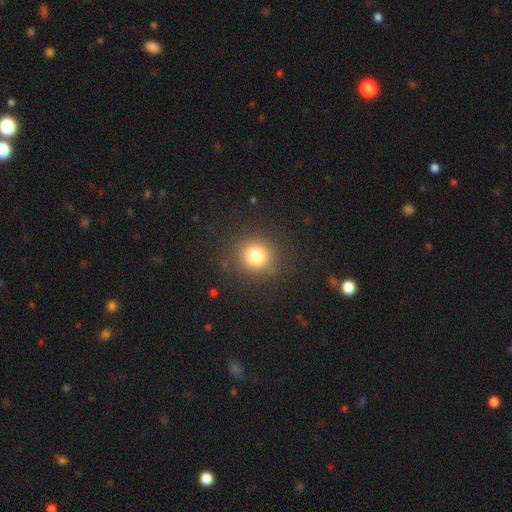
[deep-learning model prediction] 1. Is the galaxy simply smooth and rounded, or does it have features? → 78% smooth, 14% star or artifact, 8% featured or disk.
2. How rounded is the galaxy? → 90% round, 9% in between, 1% cigar-shaped.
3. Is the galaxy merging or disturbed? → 86% none, 9% minor disturbance, 4% major disturbance, 1% merger.